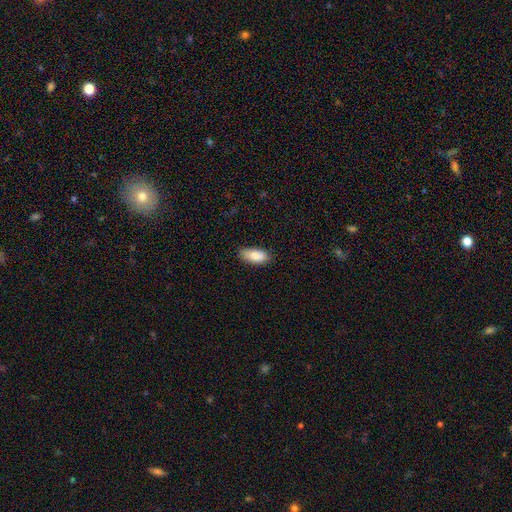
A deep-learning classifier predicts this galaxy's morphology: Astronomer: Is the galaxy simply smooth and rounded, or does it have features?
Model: smooth — 87%.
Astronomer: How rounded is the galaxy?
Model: in between — 87%.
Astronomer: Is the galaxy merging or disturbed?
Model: none — 82%.